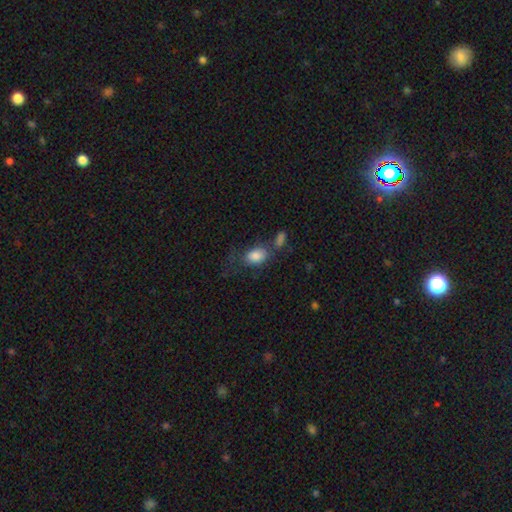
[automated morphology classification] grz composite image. It shows a smooth galaxy with no disk features (83%) that is in between round and cigar-shaped (85%). Merging: none (44%).